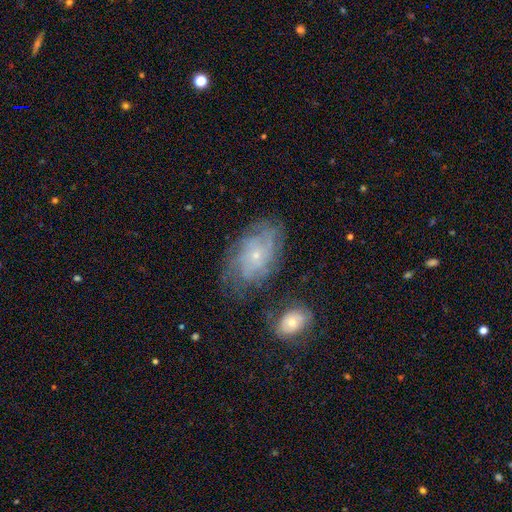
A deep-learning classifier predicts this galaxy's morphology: smooth_or_featured: featured or disk (p=0.73) [alt: smooth p=0.18]
disk_edge_on: no (p=0.96) [alt: yes p=0.04]
bar: no (p=0.82) [alt: weak p=0.15]
has_spiral_arms: yes (p=0.87) [alt: no p=0.13]
spiral_winding: tight (p=0.59) [alt: medium p=0.29]
spiral_arm_count: can't tell (p=0.51) [alt: 4 p=0.13]
bulge_size: small (p=0.84) [alt: moderate p=0.12]
merging: none (p=0.66) [alt: minor disturbance p=0.20]